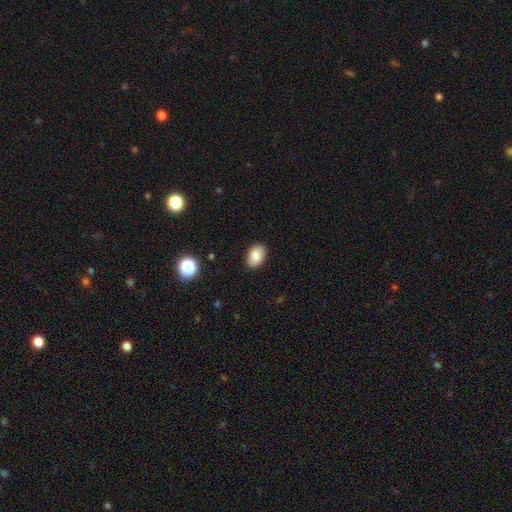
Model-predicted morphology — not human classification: This is clearly a smooth galaxy (84%). How rounded: clearly in between (86%). Merging: clearly none (87%).